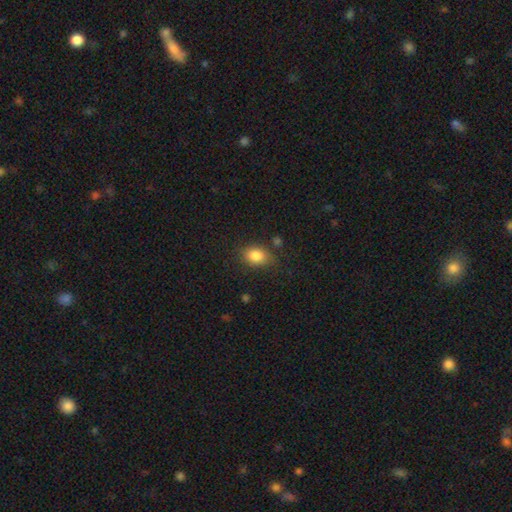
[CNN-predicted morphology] Smooth or featured? Predicted: smooth (p=0.85). How rounded? Predicted: in between (p=0.71). Merging? Predicted: none (p=0.75).